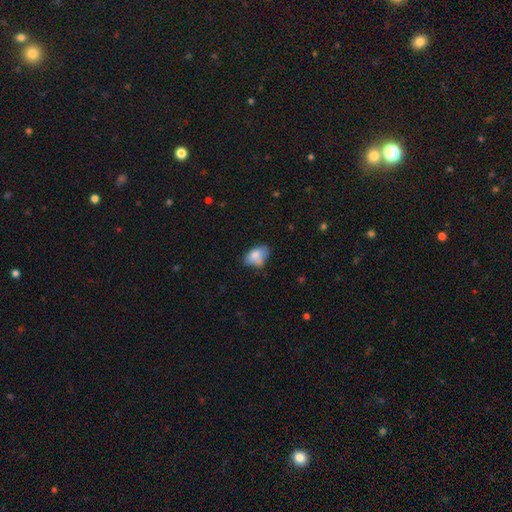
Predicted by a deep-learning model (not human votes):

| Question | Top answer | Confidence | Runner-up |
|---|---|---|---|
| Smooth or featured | smooth | 77% | featured or disk (14%) |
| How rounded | in between | 86% | round (12%) |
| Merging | none | 48% | minor disturbance (32%) |